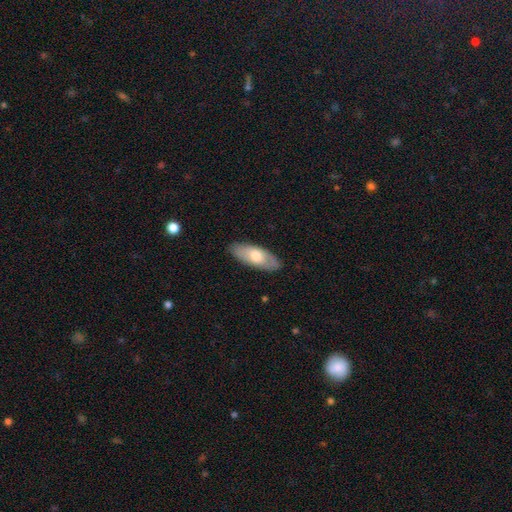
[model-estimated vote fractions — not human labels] Smooth or featured? Predicted: smooth (p=0.62). How rounded? Predicted: in between (p=0.77). Merging? Predicted: none (p=0.86).